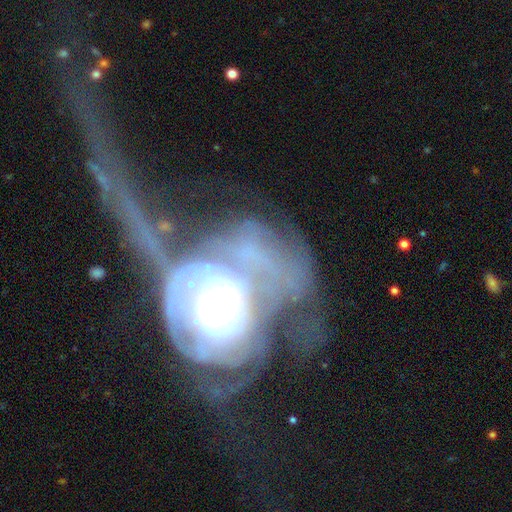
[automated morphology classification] This is likely a featured or disk galaxy (67%). It is clearly not viewed edge-on (94%). Bar: clearly no (80%). Spiral arm pattern: possibly no (57%). Central bulge: marginally large (40%). Merging: possibly major disturbance (59%).